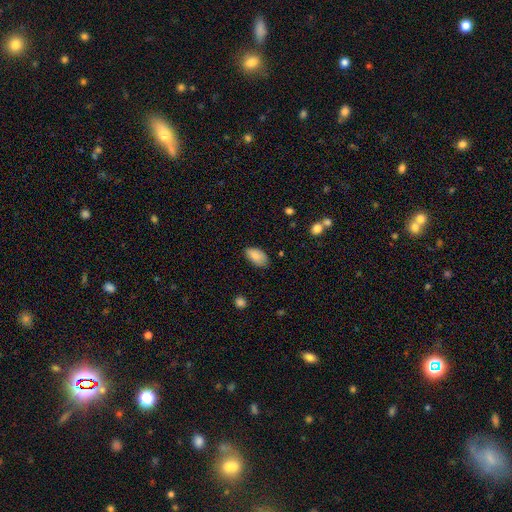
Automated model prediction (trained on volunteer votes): smooth 86%, featured or disk 7%, star or artifact 7%. Down the decision tree: how rounded — in between (94%); merging — none (76%).